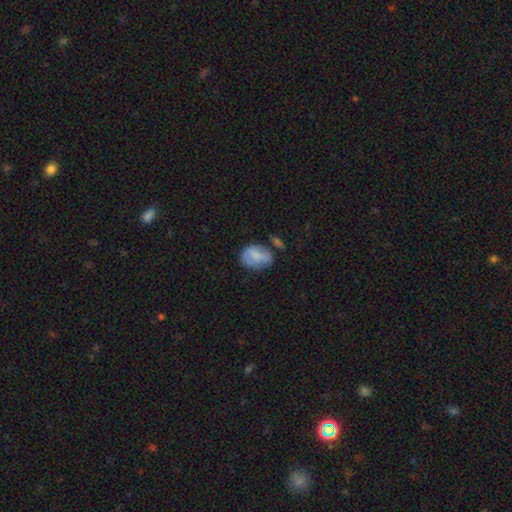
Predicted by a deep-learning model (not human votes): Smooth or featured?
  - smooth: 69% *
  - featured or disk: 24%
  - star or artifact: 8%
How rounded?
  - in between: 66% *
  - round: 33%
  - cigar-shaped: 1%
Merging?
  - none: 52% *
  - minor disturbance: 29%
  - major disturbance: 11%
  - merger: 8%